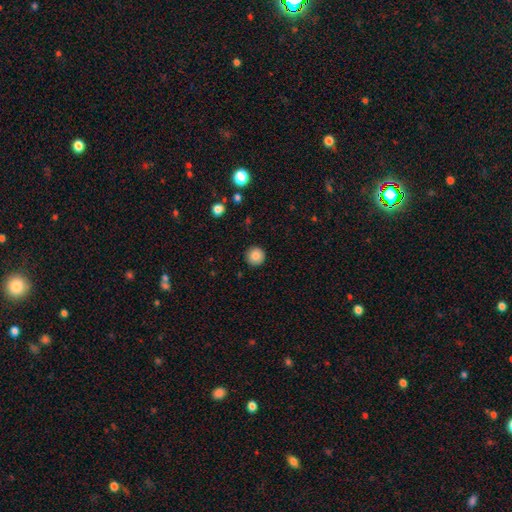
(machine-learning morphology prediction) This is clearly a smooth galaxy (86%). How rounded: clearly round (95%). Merging: clearly none (92%).